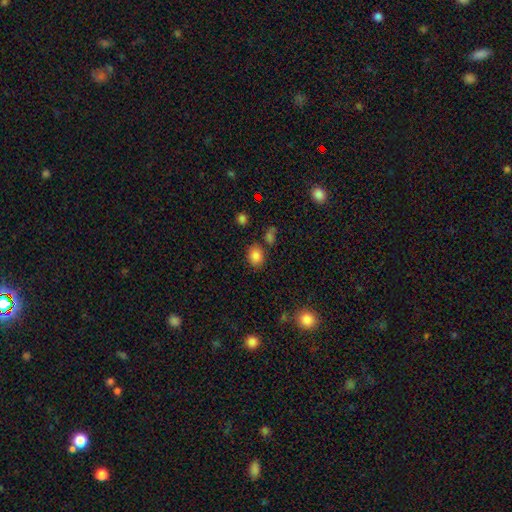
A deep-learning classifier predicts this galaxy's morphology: A smooth galaxy with no disk features (83%) that is round (52%). Merging: none (78%).